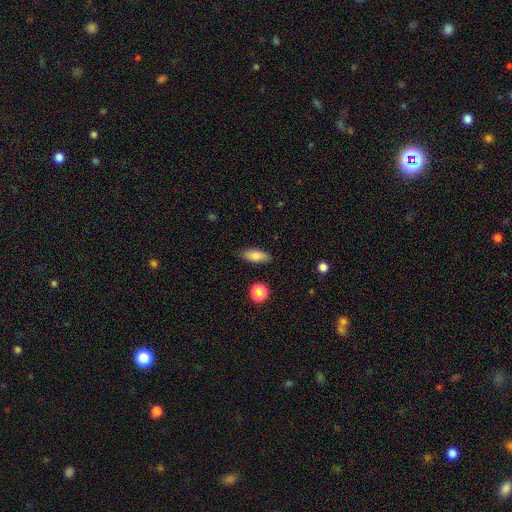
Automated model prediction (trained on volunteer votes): This is clearly a smooth galaxy (82%). How rounded: likely in between (78%). Merging: clearly none (86%).